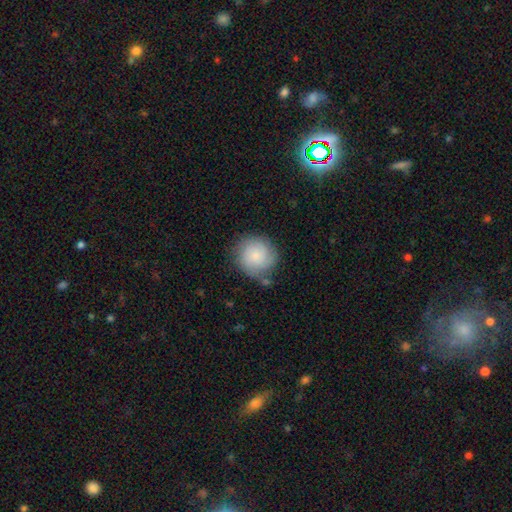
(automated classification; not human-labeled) Q: Smooth or featured?
A: smooth (72%); runner-up: featured or disk (21%)
Q: How rounded?
A: round (91%); runner-up: in between (8%)
Q: Merging?
A: none (70%); runner-up: minor disturbance (19%)